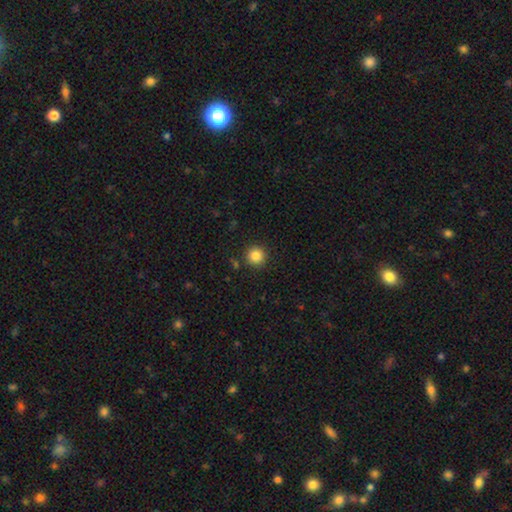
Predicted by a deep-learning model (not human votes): Smooth or featured? smooth (85%)
How rounded? round (95%)
Merging? none (90%)